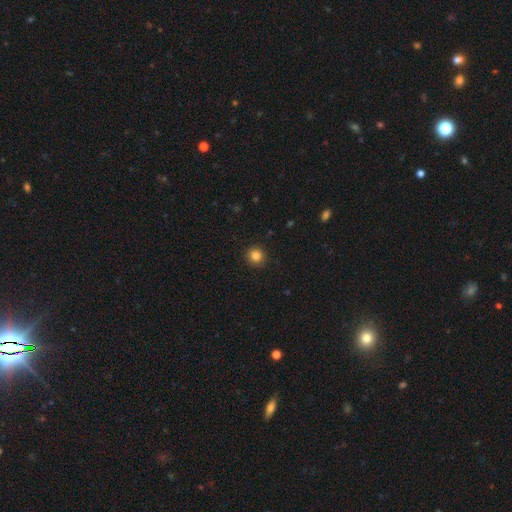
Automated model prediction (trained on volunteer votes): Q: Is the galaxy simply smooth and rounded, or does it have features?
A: smooth — 84%.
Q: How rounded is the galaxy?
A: round — 94%.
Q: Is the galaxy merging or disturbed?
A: none — 92%.